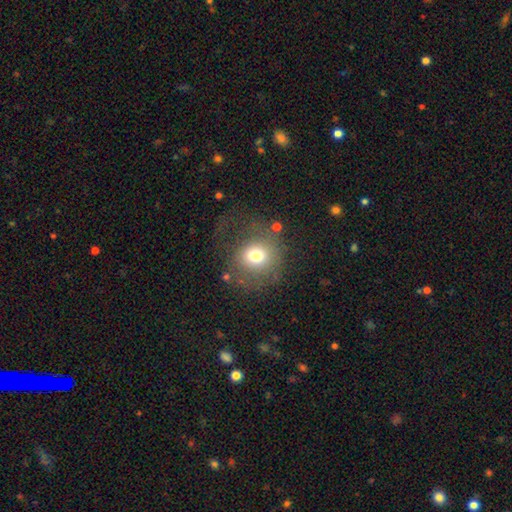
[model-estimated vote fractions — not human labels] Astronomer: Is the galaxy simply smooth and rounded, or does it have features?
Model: smooth — 71%.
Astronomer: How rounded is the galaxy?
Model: round — 81%.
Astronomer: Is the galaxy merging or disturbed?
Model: none — 55%.